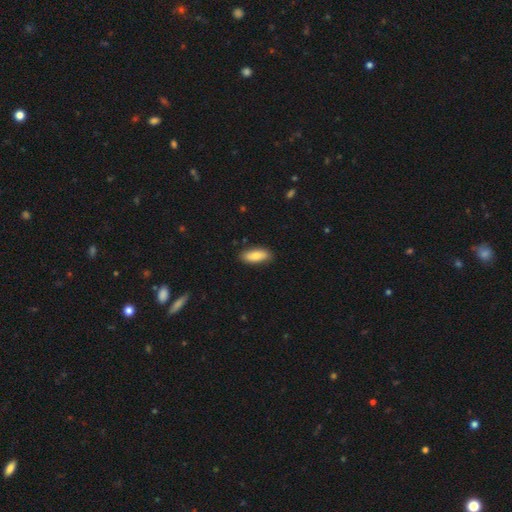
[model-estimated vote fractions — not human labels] The model was most divided on "how rounded": in between: 79%, cigar-shaped: 19%, round: 2%. More confident: merging — none (86%); smooth or featured — smooth (83%).